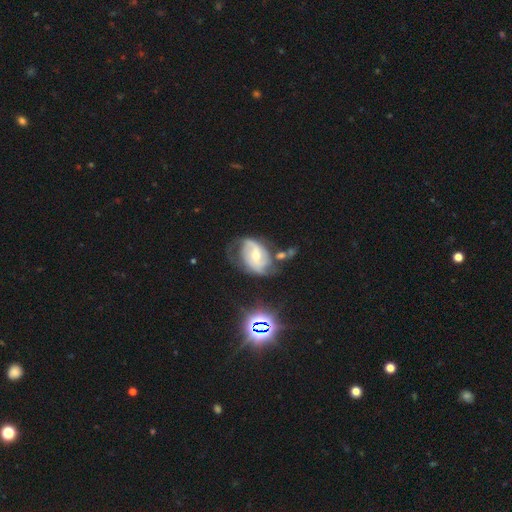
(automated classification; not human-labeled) Smooth or featured?
  - featured or disk: 76% *
  - smooth: 15%
  - star or artifact: 9%
Edge-on disk?
  - no: 97% *
  - yes: 3%
Bar?
  - weak: 43% *
  - no: 36%
  - strong: 21%
Spiral arms?
  - yes: 88% *
  - no: 12%
Spiral winding?
  - medium: 43% *
  - loose: 30%
  - tight: 27%
Spiral arm count?
  - 2: 68% *
  - can't tell: 17%
  - 1: 6%
  - 3: 5%
  - 4: 2%
  - more than 4: 2%
Bulge size?
  - moderate: 52% *
  - small: 43%
  - large: 3%
  - none: 1%
  - dominant: 1%
Merging?
  - none: 43% *
  - minor disturbance: 26%
  - major disturbance: 22%
  - merger: 9%